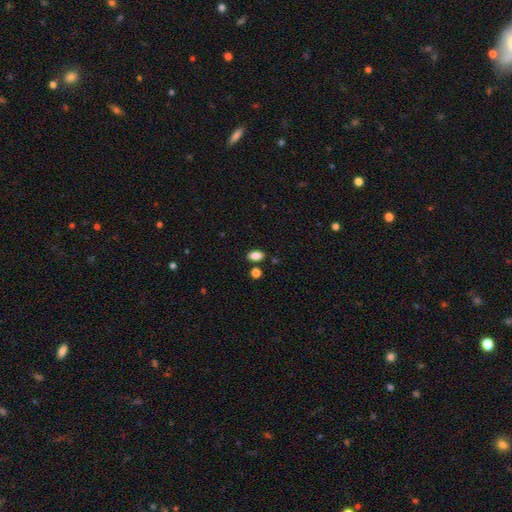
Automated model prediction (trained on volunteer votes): Smooth or featured? Predicted: smooth (p=0.85). How rounded? Predicted: in between (p=0.89). Merging? Predicted: none (p=0.82).